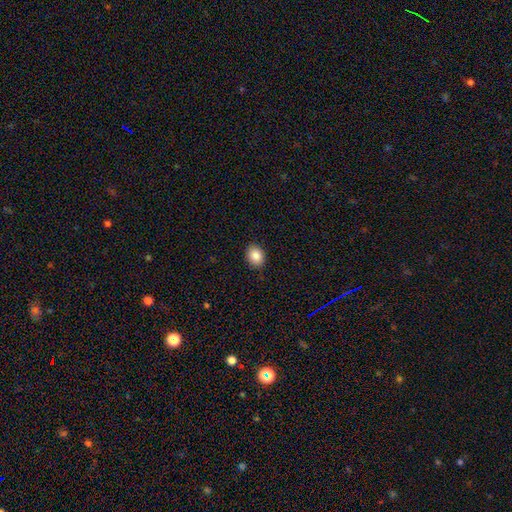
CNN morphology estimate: This is clearly a smooth galaxy (87%). How rounded: possibly in between (56%). Merging: clearly none (89%).